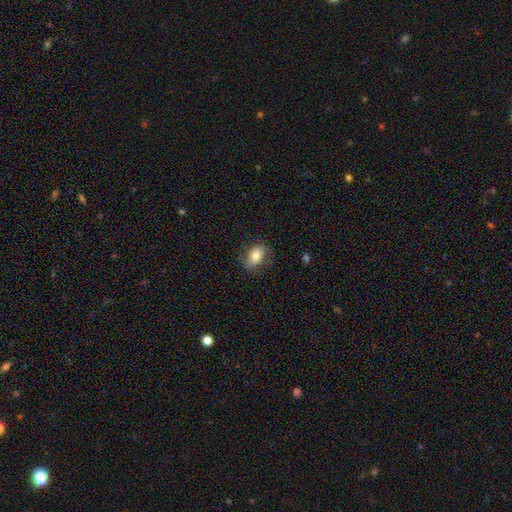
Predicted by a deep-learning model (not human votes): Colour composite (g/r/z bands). It shows a smooth galaxy with no disk features (74%) that is in between round and cigar-shaped (81%). Merging: none (75%).